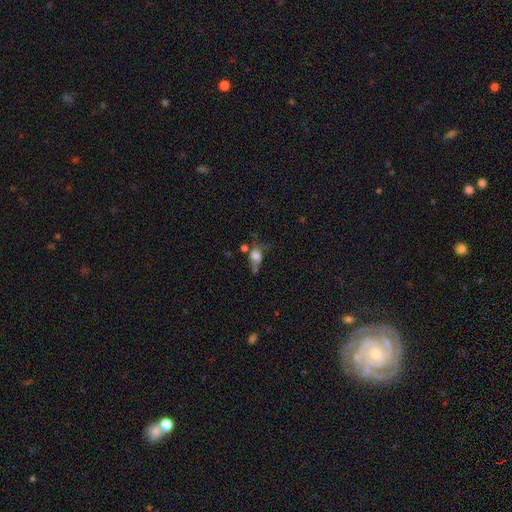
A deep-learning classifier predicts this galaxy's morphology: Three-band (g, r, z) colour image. It shows a smooth galaxy with no disk features (60%) that is in between round and cigar-shaped (59%). Merging: major disturbance (33%).